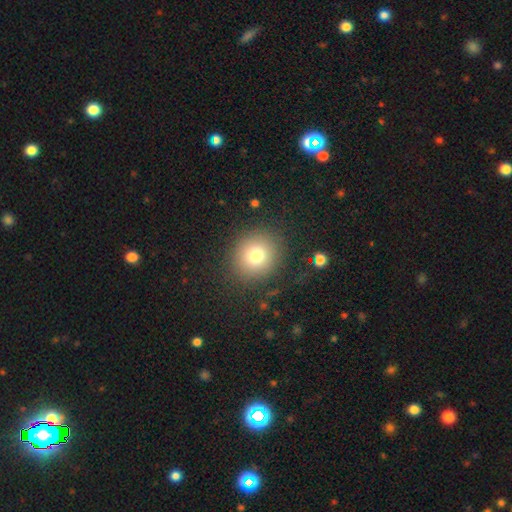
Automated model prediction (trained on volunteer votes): smooth-or-featured: smooth: 77% | star or artifact: 13% | featured or disk: 10%
  how-rounded: round: 83% | in between: 16% | cigar-shaped: 1%
  merging: none: 85% | minor disturbance: 9% | major disturbance: 5% | merger: 1%